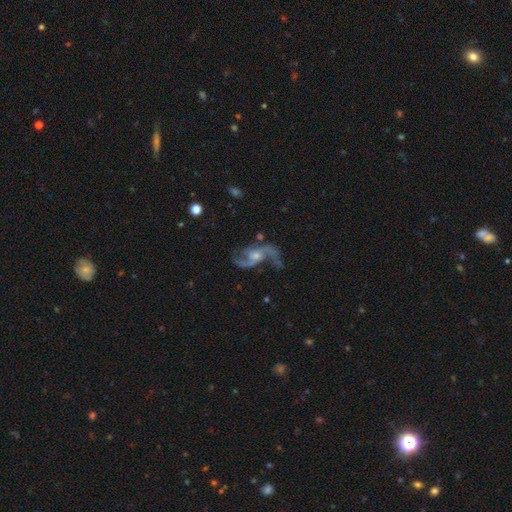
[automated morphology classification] featured or disk 87%, star or artifact 7%, smooth 6%. Down the decision tree: edge-on disk — no (96%); bar — no (54%); spiral arms — yes (94%); spiral arm count — 2 (85%); spiral winding — loose (70%); bulge size — small (44%); merging — none (55%).